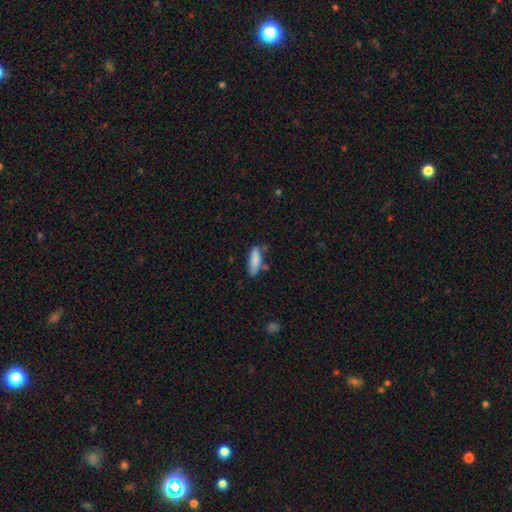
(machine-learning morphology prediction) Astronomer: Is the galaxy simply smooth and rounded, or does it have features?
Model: smooth — 84%.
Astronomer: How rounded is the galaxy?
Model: in between — 50% (runner-up: cigar-shaped, 49%).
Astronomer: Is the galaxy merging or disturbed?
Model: none — 63%.